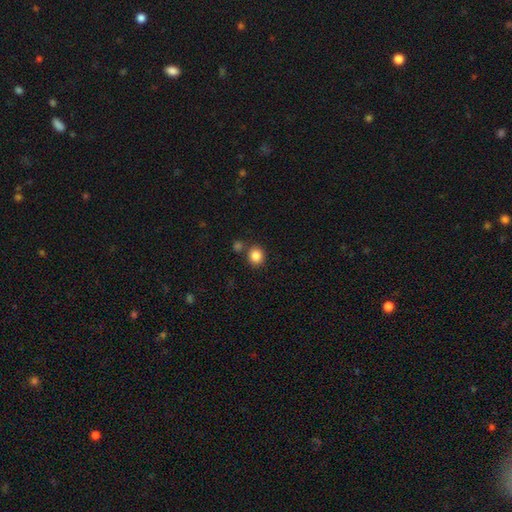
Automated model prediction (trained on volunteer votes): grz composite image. It shows a smooth galaxy with no disk features (86%) that is round (84%). Merging: none (79%).